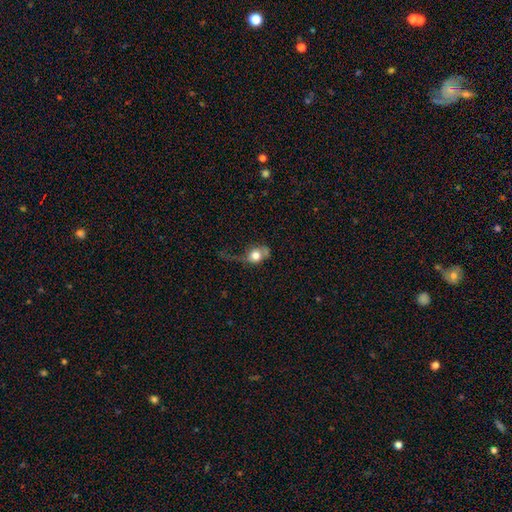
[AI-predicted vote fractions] Q: Smooth or featured?
A: smooth (66%); runner-up: featured or disk (25%)
Q: How rounded?
A: round (51%); runner-up: in between (47%)
Q: Merging?
A: major disturbance (46%); runner-up: none (24%)